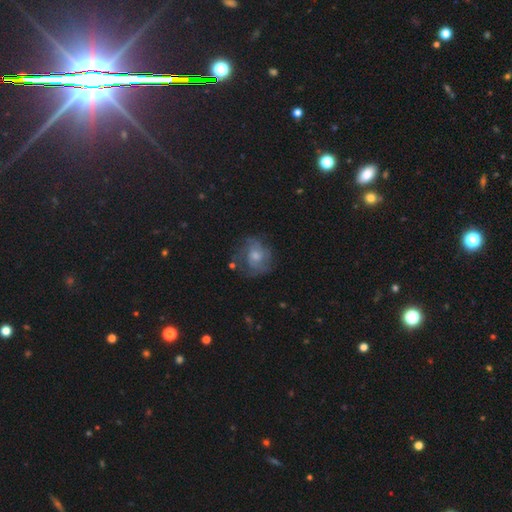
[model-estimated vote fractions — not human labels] Smooth or featured: featured or disk — 59% (smooth — 32%)
Edge-on disk: no — 98% (yes — 2%)
Bar: no — 76% (weak — 21%)
Spiral arms: yes — 73% (no — 27%)
Bulge size: moderate — 51% (small — 35%)
Merging: none — 58% (minor disturbance — 22%)